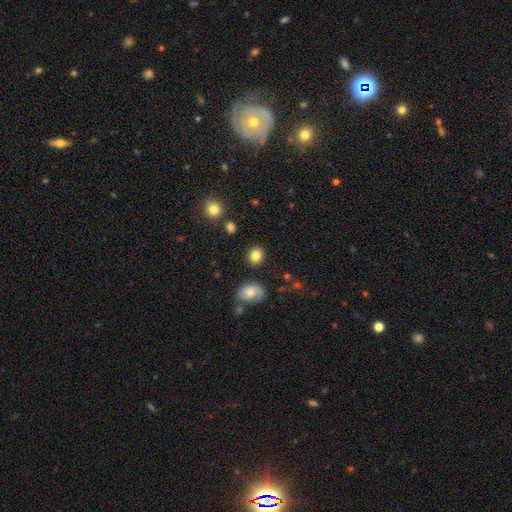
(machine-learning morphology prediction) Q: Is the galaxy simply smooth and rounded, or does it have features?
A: smooth — 83%.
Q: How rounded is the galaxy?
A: round — 74%.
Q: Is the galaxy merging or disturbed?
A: none — 87%.